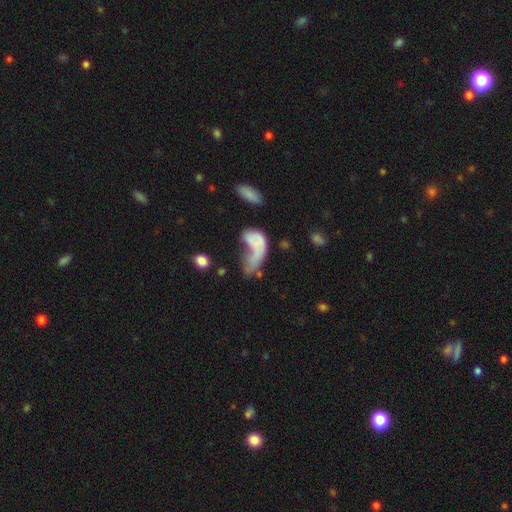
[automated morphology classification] The model was most divided on "smooth or featured": smooth: 55%, featured or disk: 35%, star or artifact: 10%. More confident: how rounded — in between (79%); merging — major disturbance (52%).